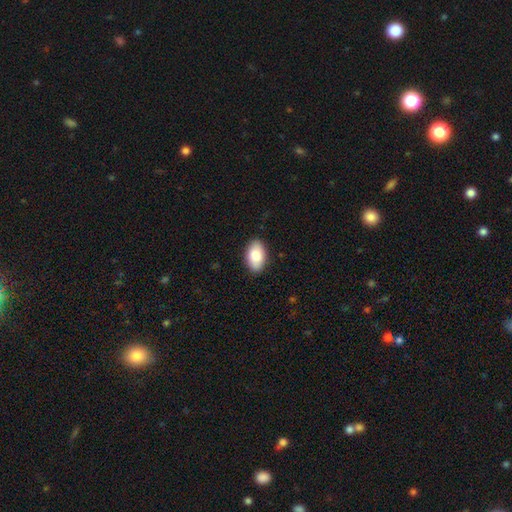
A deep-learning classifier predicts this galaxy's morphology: The model was most divided on "smooth or featured": smooth: 85%, featured or disk: 9%, star or artifact: 6%. More confident: how rounded — in between (94%); merging — none (88%).